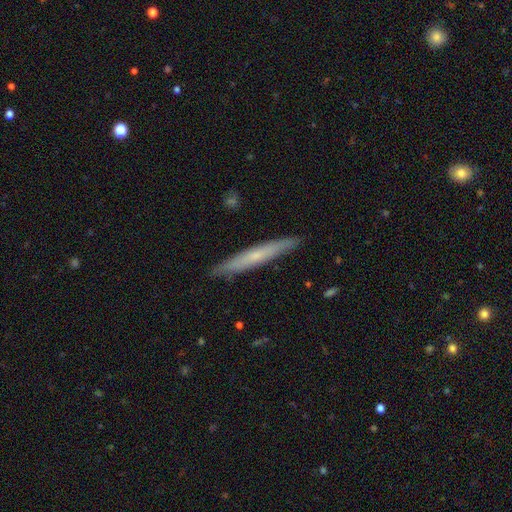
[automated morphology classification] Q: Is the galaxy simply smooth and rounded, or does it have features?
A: featured or disk — 48%.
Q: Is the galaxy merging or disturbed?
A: none — 89%.